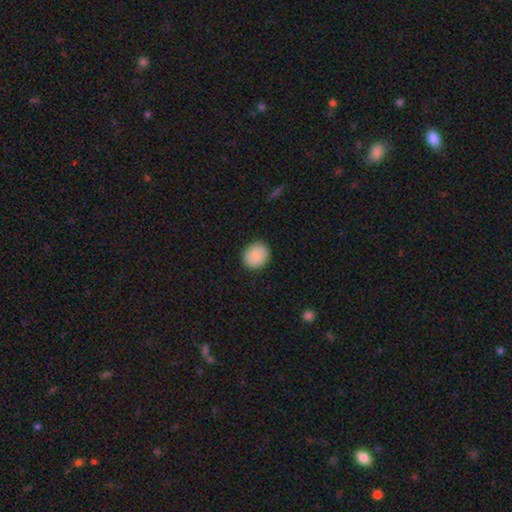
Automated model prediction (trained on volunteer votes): Smooth or featured?
  - smooth: 88% *
  - star or artifact: 7%
  - featured or disk: 6%
How rounded?
  - round: 81% *
  - in between: 18%
  - cigar-shaped: 1%
Merging?
  - none: 90% *
  - minor disturbance: 7%
  - major disturbance: 2%
  - merger: 1%